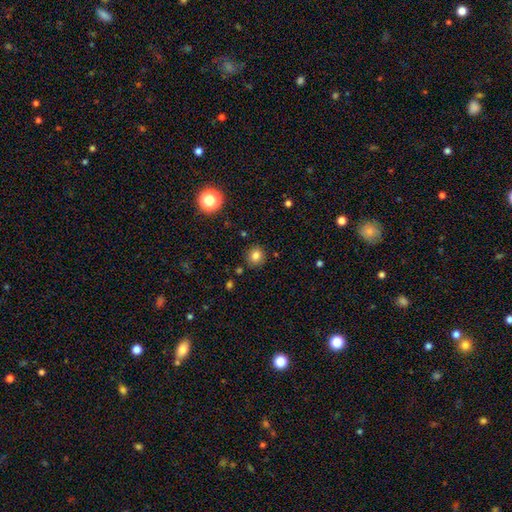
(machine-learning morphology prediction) Smooth or featured? smooth (80%)
How rounded? round (89%)
Merging? none (88%)